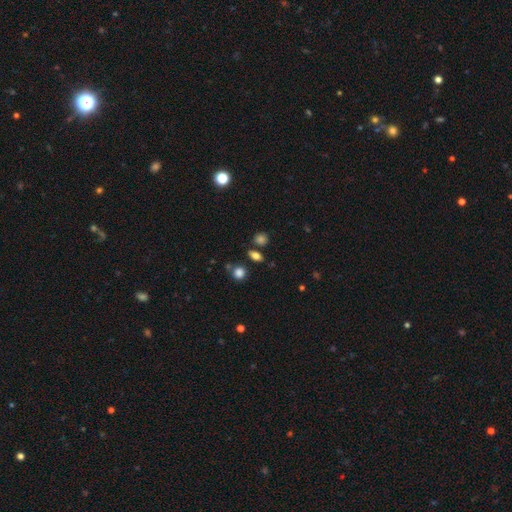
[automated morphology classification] Overall: smooth (79%). How rounded: in between (60%; round 36%). Merging: none (77%).